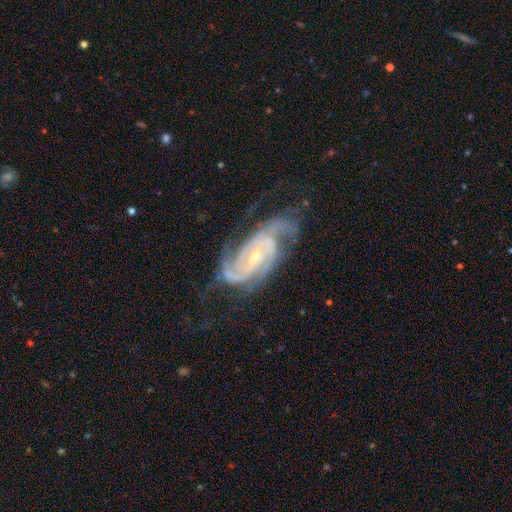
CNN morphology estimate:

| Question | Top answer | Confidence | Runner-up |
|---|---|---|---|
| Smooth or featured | featured or disk | 91% | star or artifact (5%) |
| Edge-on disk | no | 97% | yes (3%) |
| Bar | no | 46% | weak (38%) |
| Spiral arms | yes | 98% | no (2%) |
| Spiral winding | tight | 58% | medium (36%) |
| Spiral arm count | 3 | 35% | 2 (34%) |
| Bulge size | small | 66% | moderate (31%) |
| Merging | none | 61% | minor disturbance (23%) |